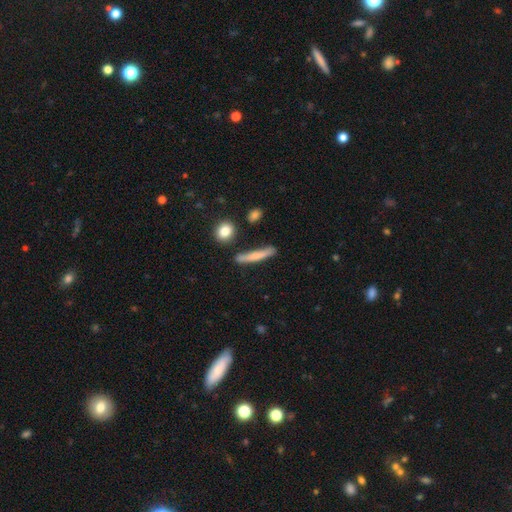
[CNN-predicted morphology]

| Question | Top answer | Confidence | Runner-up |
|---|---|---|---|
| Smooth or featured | smooth | 69% | featured or disk (24%) |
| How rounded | cigar-shaped | 91% | in between (6%) |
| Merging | none | 78% | minor disturbance (14%) |